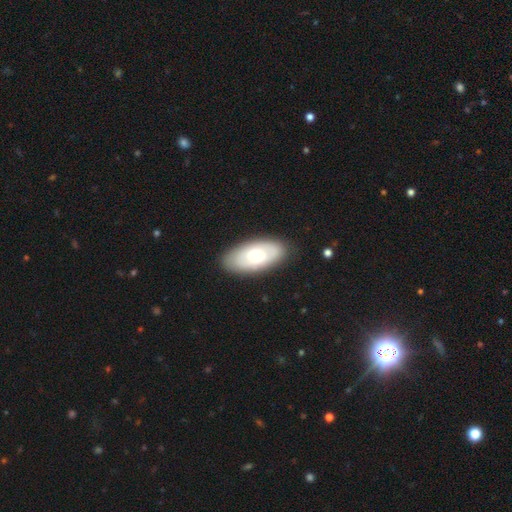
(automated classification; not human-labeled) Smooth or featured? Predicted: smooth (p=0.58). How rounded? Predicted: in between (p=0.92). Merging? Predicted: none (p=0.87).